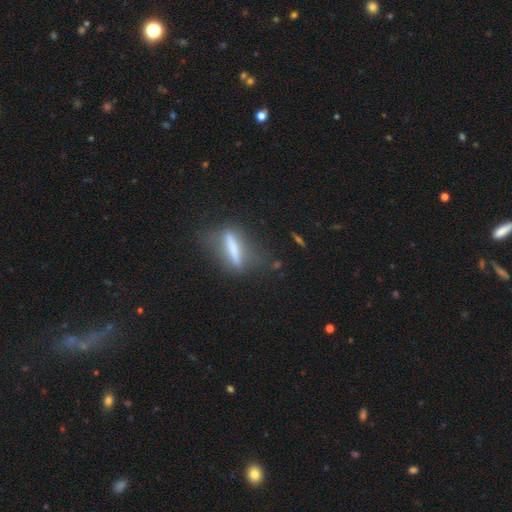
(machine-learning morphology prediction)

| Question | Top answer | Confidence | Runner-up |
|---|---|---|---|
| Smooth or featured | featured or disk | 49% | smooth (36%) |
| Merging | none | 68% | minor disturbance (17%) |